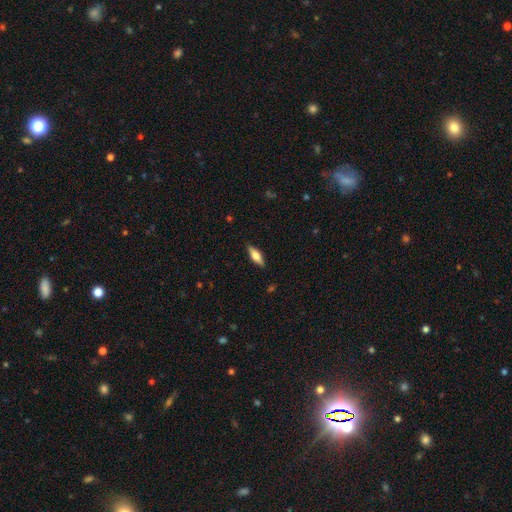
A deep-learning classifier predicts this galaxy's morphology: Q: Smooth or featured?
A: smooth (60%); runner-up: featured or disk (33%)
Q: How rounded?
A: in between (56%); runner-up: cigar-shaped (41%)
Q: Merging?
A: none (87%); runner-up: minor disturbance (10%)